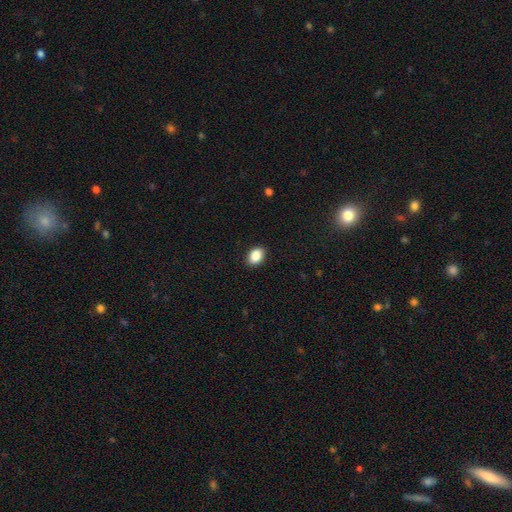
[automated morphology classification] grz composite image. It shows a smooth galaxy with no disk features (88%) that is in between round and cigar-shaped (79%). Merging: none (90%).